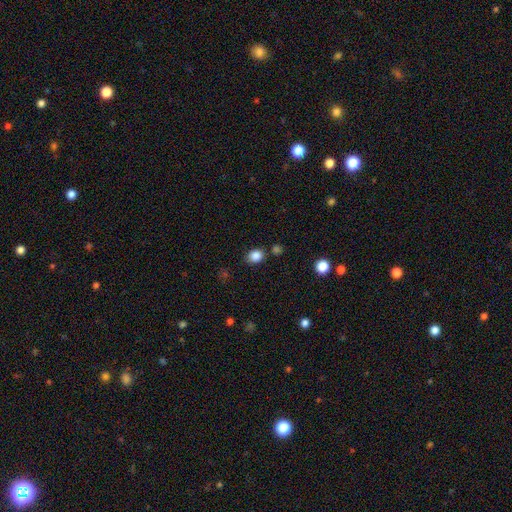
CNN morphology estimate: Smooth or featured?
  - smooth: 85% *
  - star or artifact: 10%
  - featured or disk: 4%
How rounded?
  - in between: 50% *
  - round: 49%
  - cigar-shaped: 1%
Merging?
  - none: 80% *
  - minor disturbance: 11%
  - merger: 6%
  - major disturbance: 3%